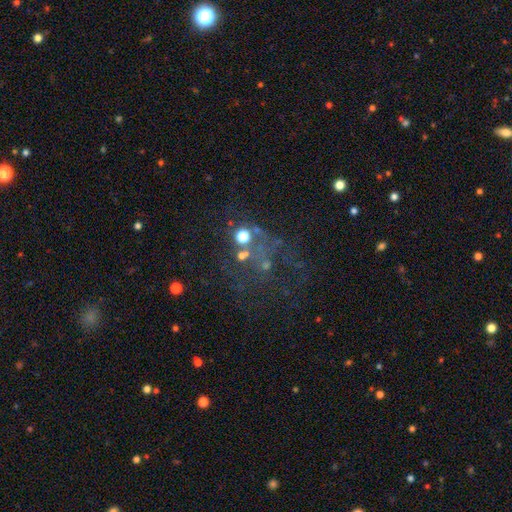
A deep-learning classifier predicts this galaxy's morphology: type=star or artifact (49%).